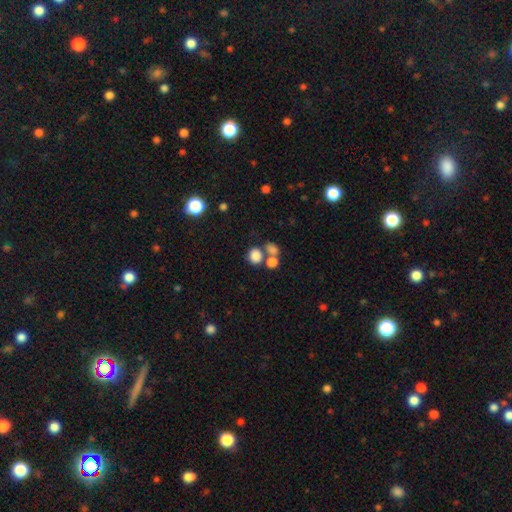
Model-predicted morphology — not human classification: Overall: smooth (80%). How rounded: round (73%). Merging: none (49%; merger 36%).